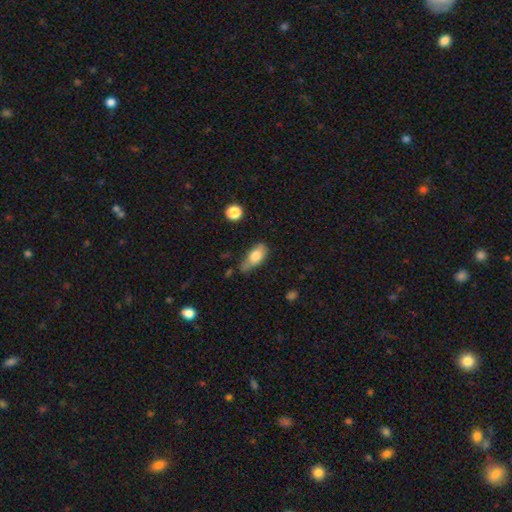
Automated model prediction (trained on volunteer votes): Q: Smooth or featured?
A: smooth (75%); runner-up: featured or disk (18%)
Q: How rounded?
A: in between (84%); runner-up: cigar-shaped (9%)
Q: Merging?
A: minor disturbance (39%); tied with: none (39%)